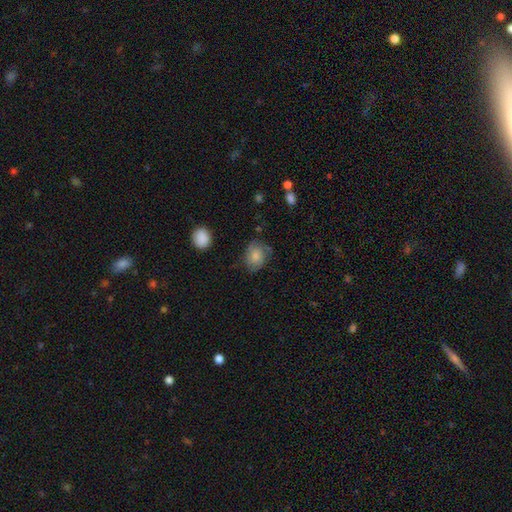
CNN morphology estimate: Q: Smooth or featured?
A: smooth (64%); runner-up: featured or disk (28%)
Q: How rounded?
A: in between (55%); runner-up: round (44%)
Q: Merging?
A: none (66%); runner-up: minor disturbance (24%)